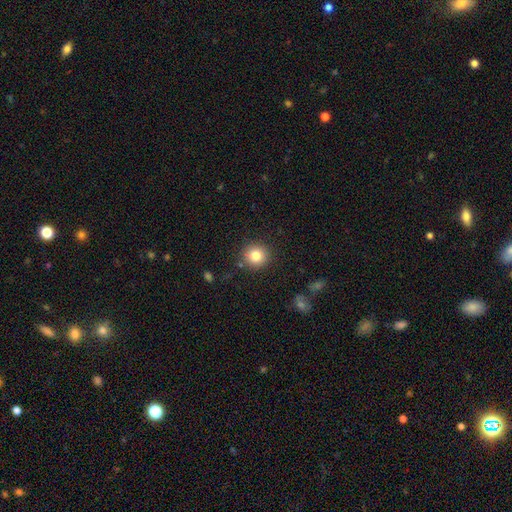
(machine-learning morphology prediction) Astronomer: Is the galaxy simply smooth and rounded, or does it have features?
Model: smooth — 82%.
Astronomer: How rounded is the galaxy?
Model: round — 92%.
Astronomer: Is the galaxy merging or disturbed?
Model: none — 87%.